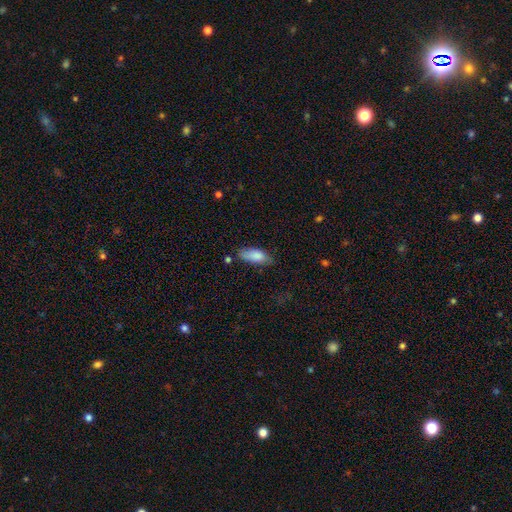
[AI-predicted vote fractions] The model was most divided on "merging": none: 64%, minor disturbance: 26%, major disturbance: 6%, merger: 4%. More confident: smooth or featured — smooth (84%); how rounded — in between (80%).